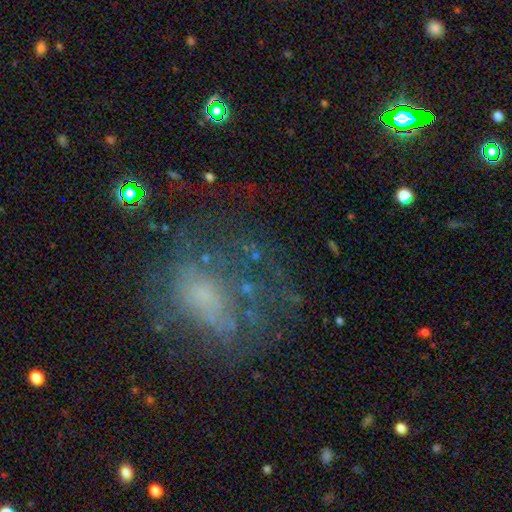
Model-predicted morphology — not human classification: smooth-or-featured: featured or disk: 52% | smooth: 27% | star or artifact: 21%
  disk-edge-on: no: 95% | yes: 5%
  merging: none: 56% | major disturbance: 21% | minor disturbance: 19% | merger: 4%